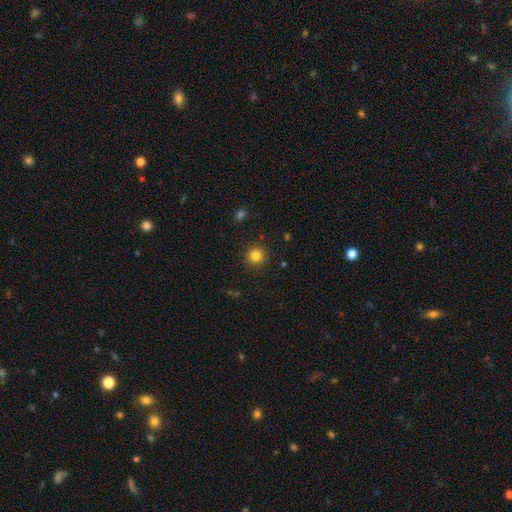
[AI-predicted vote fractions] A smooth galaxy with no disk features (83%) that is round (94%). Merging: none (91%).